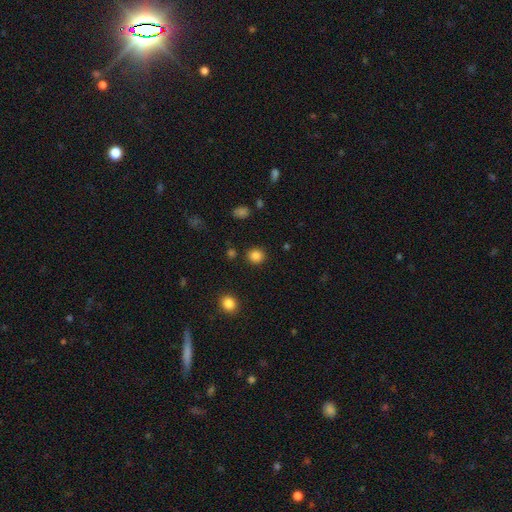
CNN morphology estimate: This appears to be a smooth galaxy with no disk features (85%) that is round (84%). Merging: none (89%).